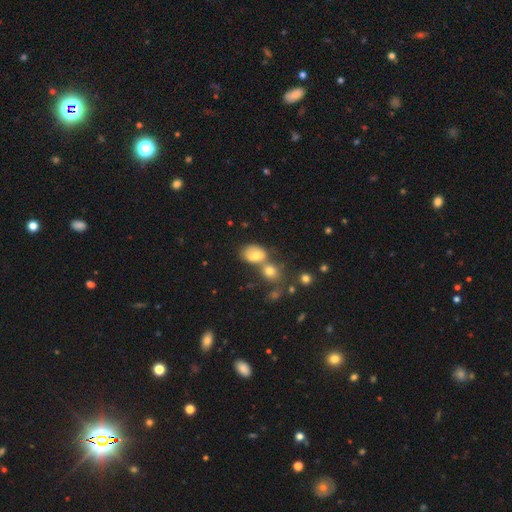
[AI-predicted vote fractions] A smooth galaxy with no disk features (66%) that is in between round and cigar-shaped (66%).

Vote fractions:
- Smooth or featured? smooth: 66% / featured or disk: 22% / star or artifact: 12%
- How rounded? in between: 66% / round: 32% / cigar-shaped: 2%
- Merging? merger: 45% / none: 35% / minor disturbance: 14% / major disturbance: 7%